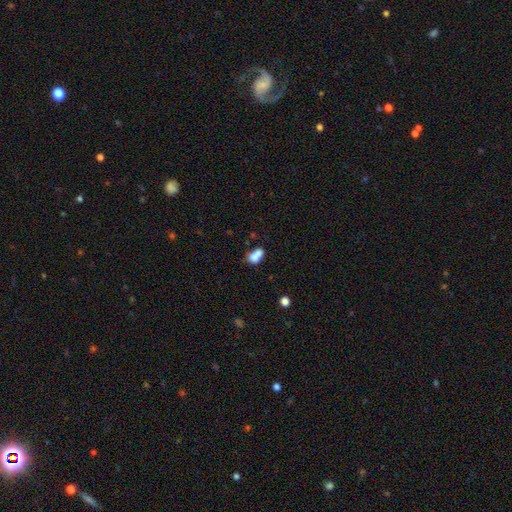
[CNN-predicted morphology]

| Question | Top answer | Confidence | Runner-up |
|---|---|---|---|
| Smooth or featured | smooth | 74% | featured or disk (15%) |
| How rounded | in between | 76% | round (19%) |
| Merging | merger | 48% | none (29%) |